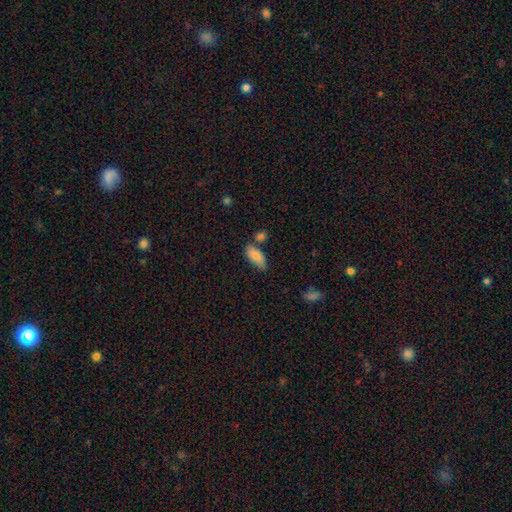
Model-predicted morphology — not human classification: A smooth galaxy with no disk features (84%) that is in between round and cigar-shaped (82%).

Vote fractions:
- Smooth or featured? smooth: 84% / featured or disk: 10% / star or artifact: 7%
- How rounded? in between: 82% / cigar-shaped: 16% / round: 2%
- Merging? none: 65% / minor disturbance: 19% / merger: 12% / major disturbance: 4%